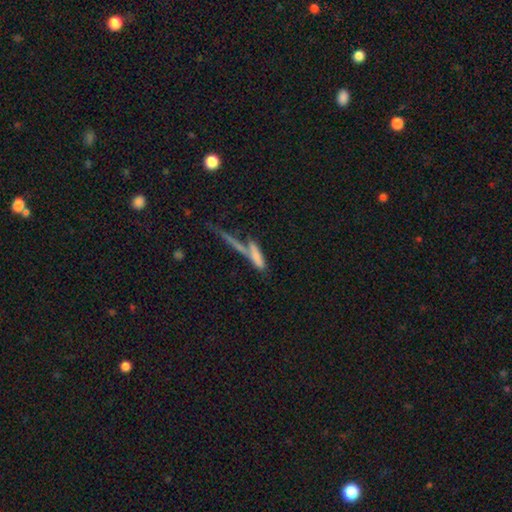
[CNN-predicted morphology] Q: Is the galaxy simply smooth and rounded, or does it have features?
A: smooth — 68%.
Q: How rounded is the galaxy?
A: cigar-shaped — 72%.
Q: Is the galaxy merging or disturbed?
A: merger — 44%.